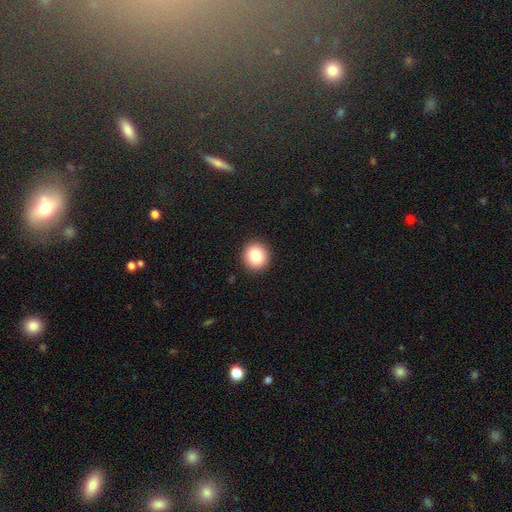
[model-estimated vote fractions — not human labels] A smooth galaxy with no disk features (84%) that is round (92%). Merging: none (92%).